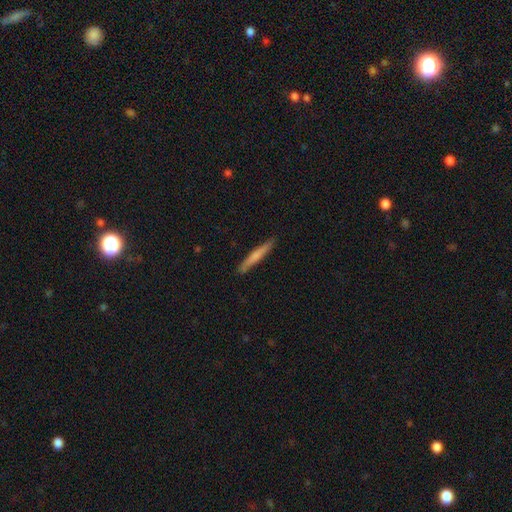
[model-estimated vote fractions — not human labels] This is likely a smooth galaxy (62%). How rounded: clearly cigar-shaped (96%). Merging: clearly none (89%).